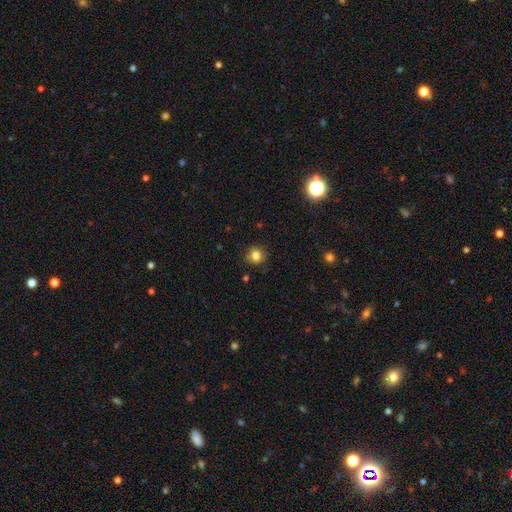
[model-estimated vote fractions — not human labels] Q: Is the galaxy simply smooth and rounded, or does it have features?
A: smooth — 81%.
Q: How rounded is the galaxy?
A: round — 91%.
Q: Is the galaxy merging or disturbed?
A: none — 88%.